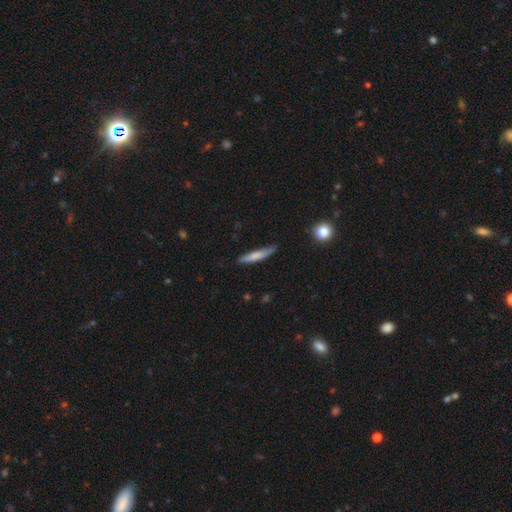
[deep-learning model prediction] A smooth galaxy with no disk features (72%) that is cigar-shaped (91%).

Vote fractions:
- Smooth or featured? smooth: 72% / featured or disk: 23% / star or artifact: 6%
- How rounded? cigar-shaped: 91% / in between: 8% / round: 1%
- Merging? none: 81% / minor disturbance: 15% / major disturbance: 2% / merger: 2%